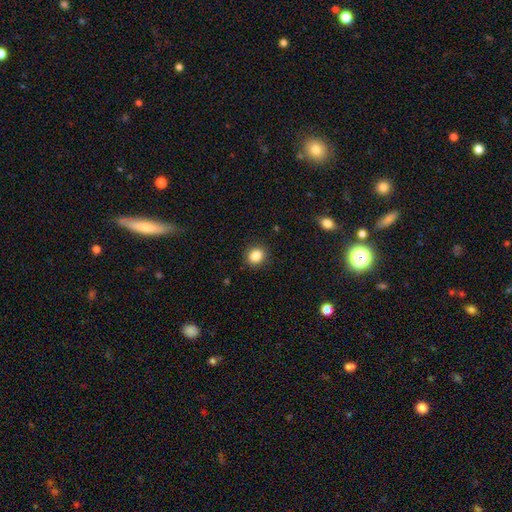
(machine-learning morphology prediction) Smooth or featured? smooth (86%)
How rounded? round (70%)
Merging? none (89%)